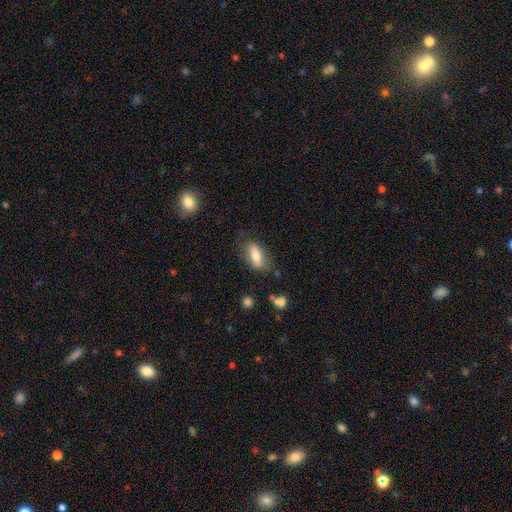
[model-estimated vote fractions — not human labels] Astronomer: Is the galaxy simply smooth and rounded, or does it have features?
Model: smooth — 74%.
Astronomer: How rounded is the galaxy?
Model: in between — 72%.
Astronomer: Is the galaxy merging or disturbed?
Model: none — 73%.